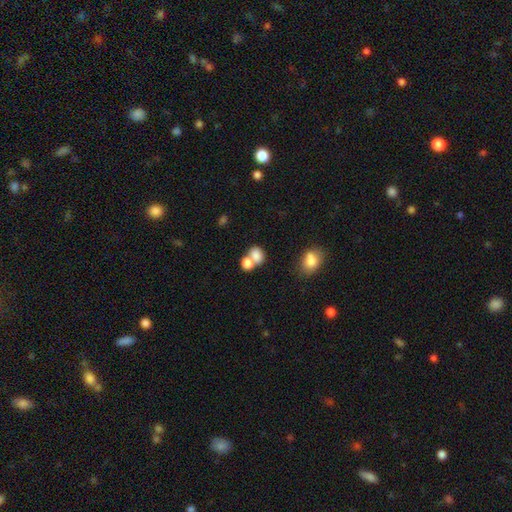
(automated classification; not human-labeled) smooth-or-featured: smooth: 78% | star or artifact: 11% | featured or disk: 11%
  how-rounded: in between: 60% | round: 39% | cigar-shaped: 1%
  merging: merger: 53% | none: 32% | minor disturbance: 10% | major disturbance: 6%